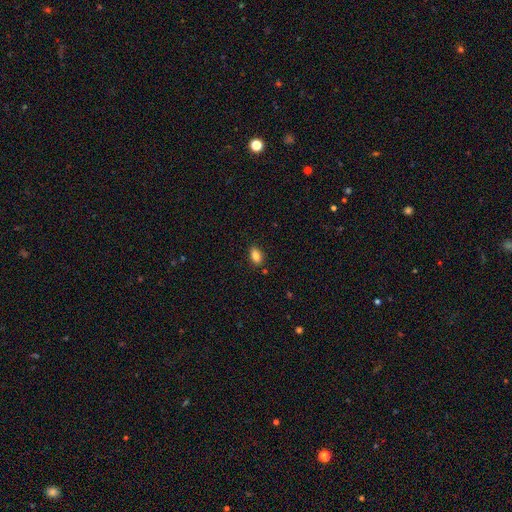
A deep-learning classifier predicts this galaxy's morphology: Smooth or featured? Predicted: smooth (p=0.85). How rounded? Predicted: in between (p=0.88). Merging? Predicted: none (p=0.84).